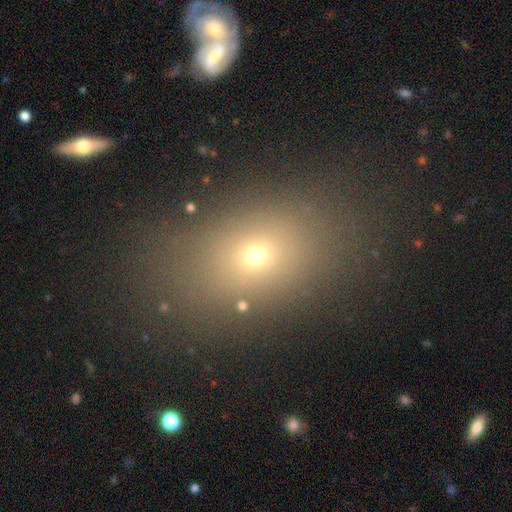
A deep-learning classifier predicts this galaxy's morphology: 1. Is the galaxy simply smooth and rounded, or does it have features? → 65% smooth, 22% star or artifact, 14% featured or disk.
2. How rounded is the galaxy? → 70% in between, 28% round, 2% cigar-shaped.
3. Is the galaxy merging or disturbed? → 82% none, 10% minor disturbance, 5% major disturbance, 3% merger.